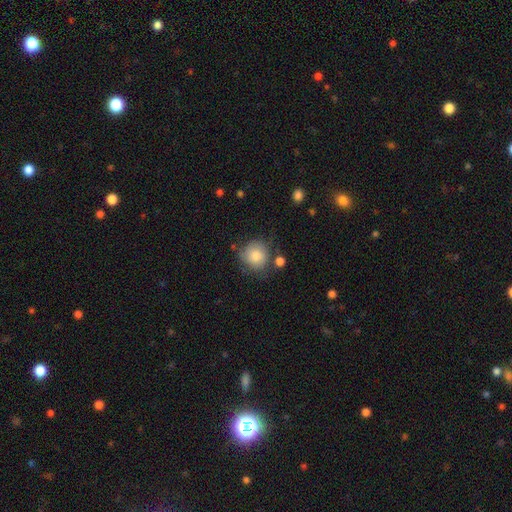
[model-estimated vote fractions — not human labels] A smooth galaxy with no disk features (82%) that is round (88%). Merging: none (66%).